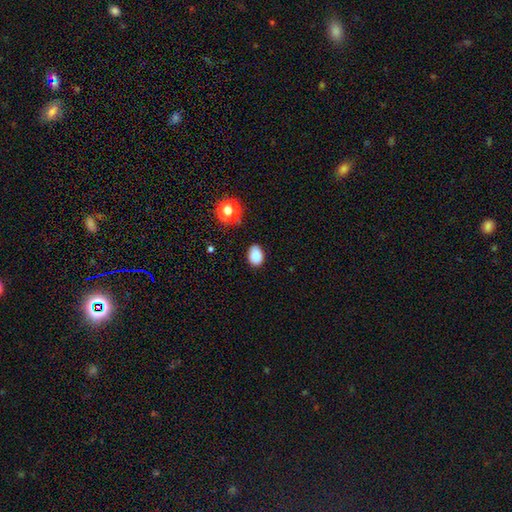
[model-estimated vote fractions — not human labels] Overall: smooth (85%). How rounded: in between (79%). Merging: none (82%).